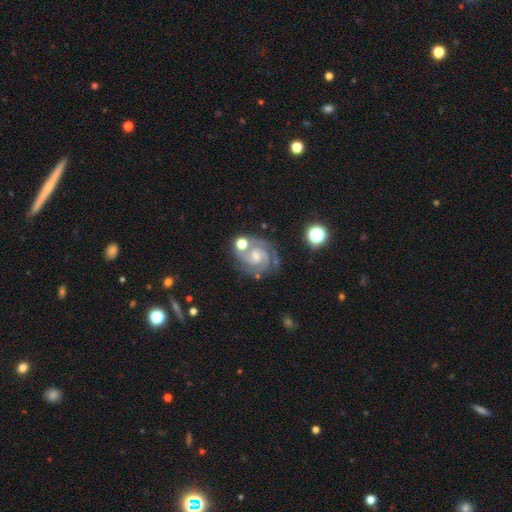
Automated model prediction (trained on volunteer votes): Smooth or featured? featured or disk (89%)
Edge-on disk? no (98%)
Bar? weak (45%)
Spiral arms? yes (98%)
Spiral winding? tight (62%)
Spiral arm count? 2 (66%)
Bulge size? small (46%)
Merging? none (68%)